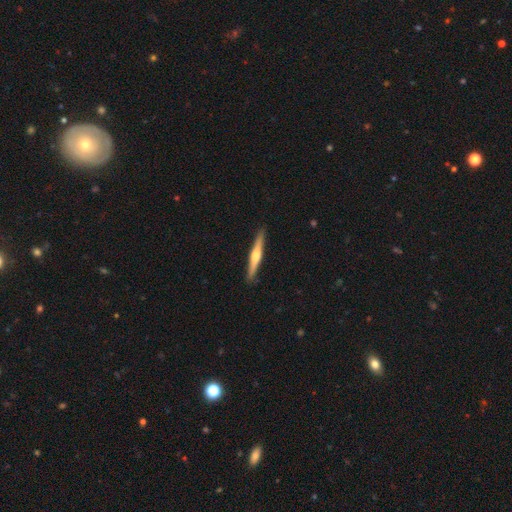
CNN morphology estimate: smooth_or_featured: featured or disk (p=0.65) [alt: smooth p=0.30]
disk_edge_on: yes (p=0.98) [alt: no p=0.02]
edge_on_bulge: rounded (p=0.89) [alt: none p=0.06]
merging: none (p=0.91) [alt: minor disturbance p=0.06]